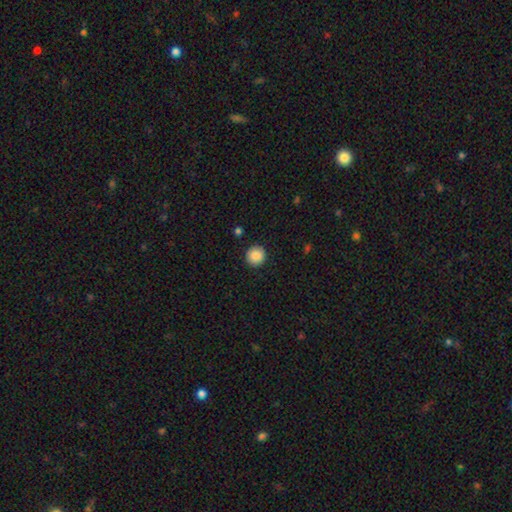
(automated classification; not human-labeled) Morphology: type=smooth (88%); roundness=round (93%); merging=none (91%).